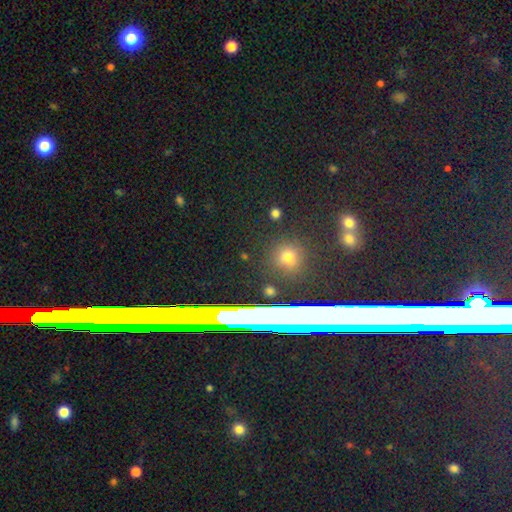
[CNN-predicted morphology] This appears to be a star or artifact, not a galaxy (70%).